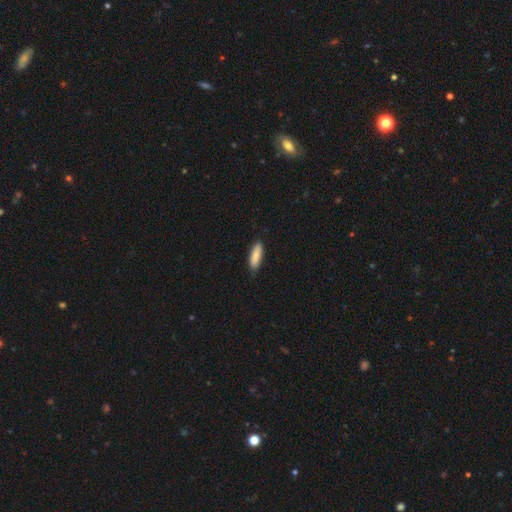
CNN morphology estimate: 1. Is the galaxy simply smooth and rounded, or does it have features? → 84% smooth, 10% featured or disk, 6% star or artifact.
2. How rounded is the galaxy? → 51% in between, 47% cigar-shaped, 2% round.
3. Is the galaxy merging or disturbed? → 83% none, 13% minor disturbance, 2% major disturbance, 1% merger.